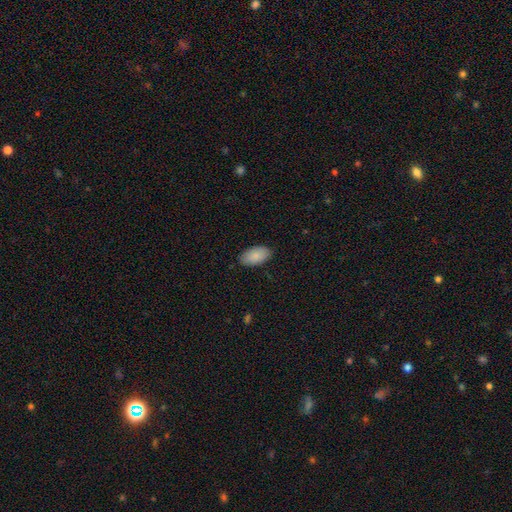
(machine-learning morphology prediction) Smooth or featured? smooth (88%)
How rounded? in between (95%)
Merging? none (86%)